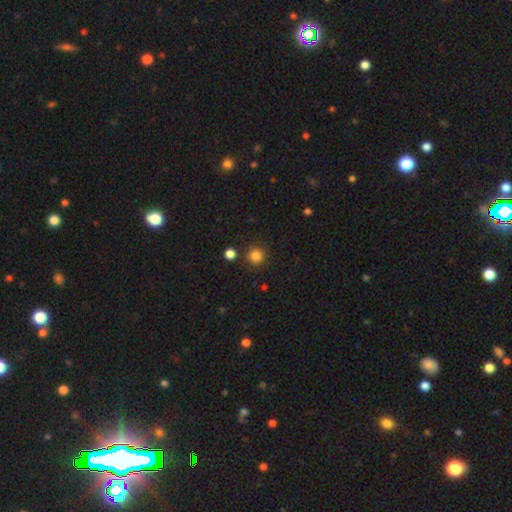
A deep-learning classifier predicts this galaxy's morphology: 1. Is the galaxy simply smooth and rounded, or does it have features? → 83% smooth, 12% star or artifact, 4% featured or disk.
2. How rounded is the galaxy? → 94% round, 5% in between, 1% cigar-shaped.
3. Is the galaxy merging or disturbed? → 86% none, 7% minor disturbance, 5% merger, 2% major disturbance.